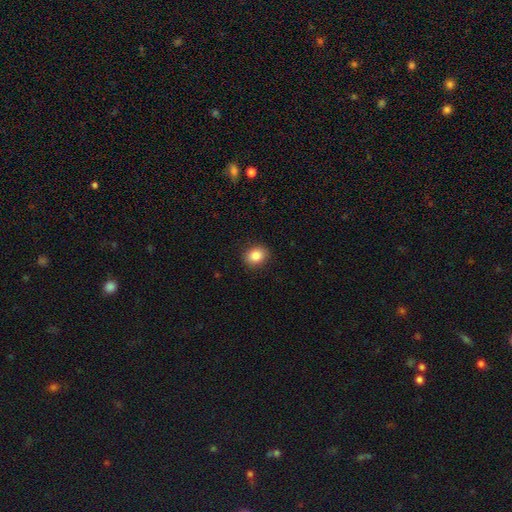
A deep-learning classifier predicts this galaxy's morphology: type=smooth (86%); roundness=round (60%); merging=none (90%).